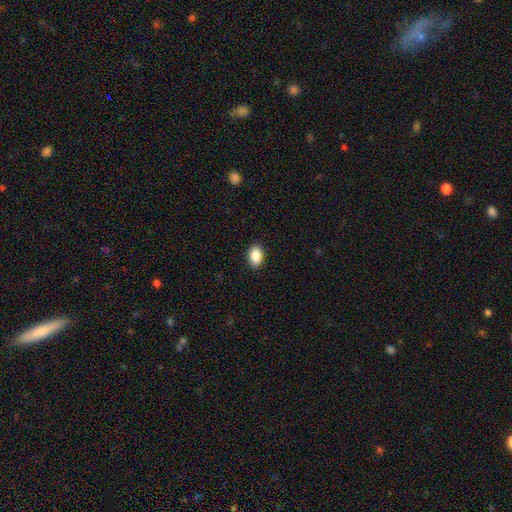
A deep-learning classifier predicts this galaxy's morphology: Smooth or featured: smooth — 89% (star or artifact — 8%)
How rounded: in between — 87% (round — 12%)
Merging: none — 89% (minor disturbance — 8%)